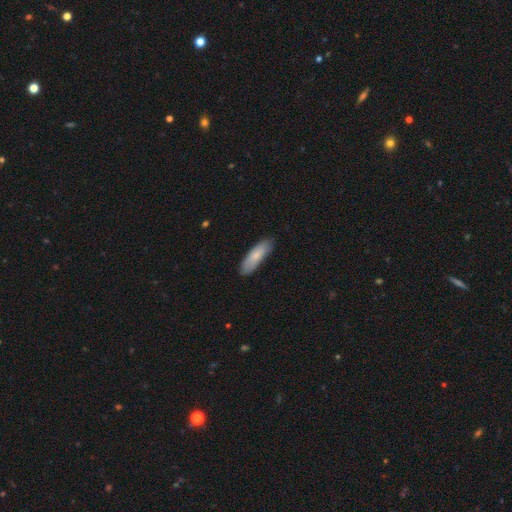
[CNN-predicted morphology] type=smooth (79%); roundness=cigar-shaped (51%); merging=none (80%).